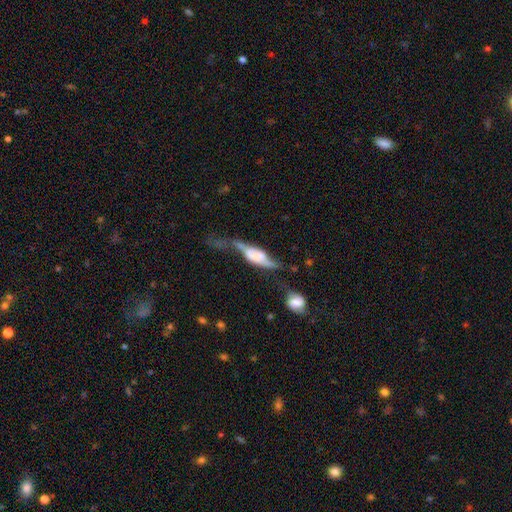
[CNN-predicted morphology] A featured or disk galaxy (61%) viewed edge-on (56%).

Vote fractions:
- Smooth or featured? featured or disk: 61% / smooth: 31% / star or artifact: 7%
- Edge-on disk? yes: 56% / no: 44%
- Merging? major disturbance: 38% / none: 22% / merger: 21% / minor disturbance: 19%